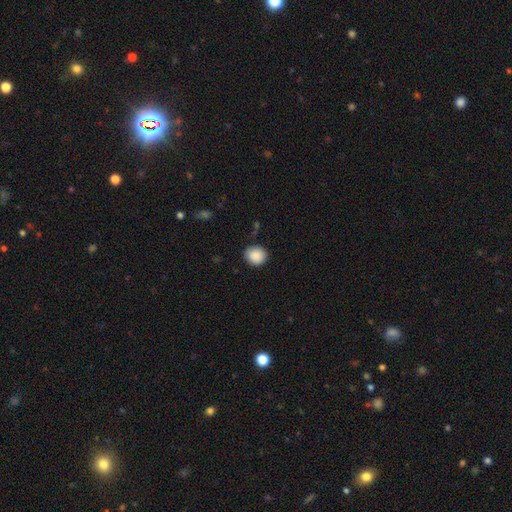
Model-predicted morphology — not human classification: A smooth galaxy with no disk features (88%) that is round (81%).

Vote fractions:
- Smooth or featured? smooth: 88% / star or artifact: 8% / featured or disk: 4%
- How rounded? round: 81% / in between: 18% / cigar-shaped: 1%
- Merging? none: 85% / minor disturbance: 11% / major disturbance: 3% / merger: 2%